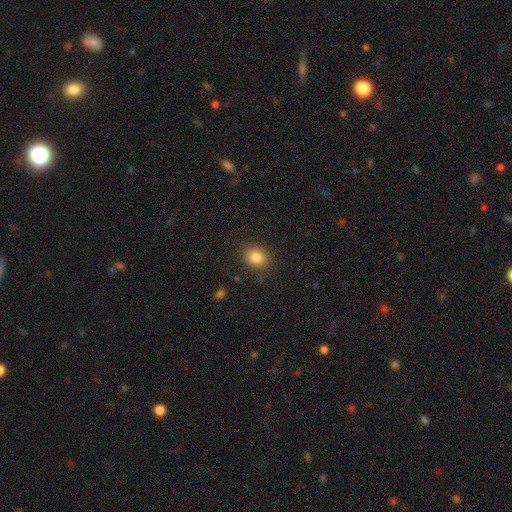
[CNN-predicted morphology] Smooth or featured? Predicted: smooth (p=0.84). How rounded? Predicted: round (p=0.59). Merging? Predicted: none (p=0.88).